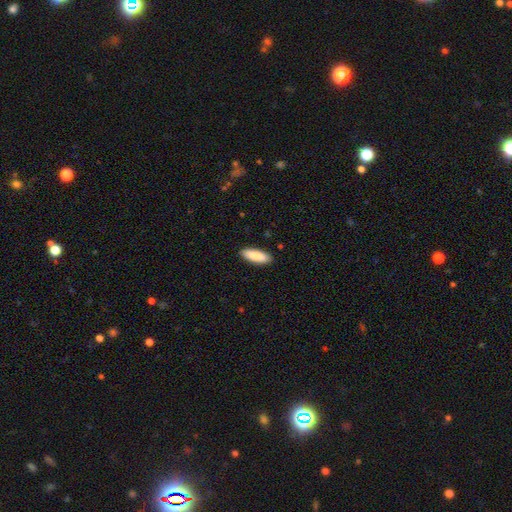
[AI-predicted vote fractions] A smooth galaxy with no disk features (89%) that is in between round and cigar-shaped (60%). Merging: none (90%).